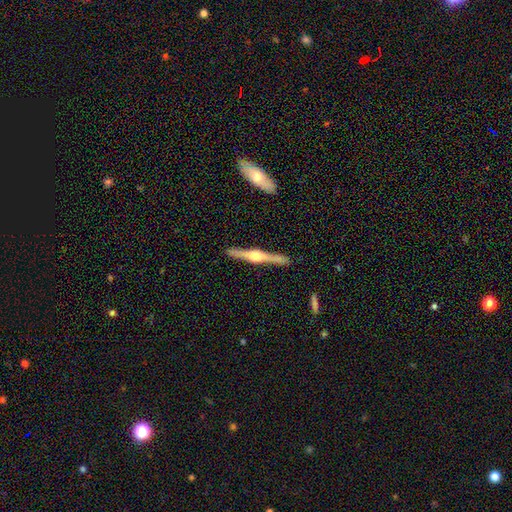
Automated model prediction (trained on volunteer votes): Morphology: type=featured or disk (82%); edge-on=yes (98%); edge-on bulge=rounded (92%); merging=none (90%).